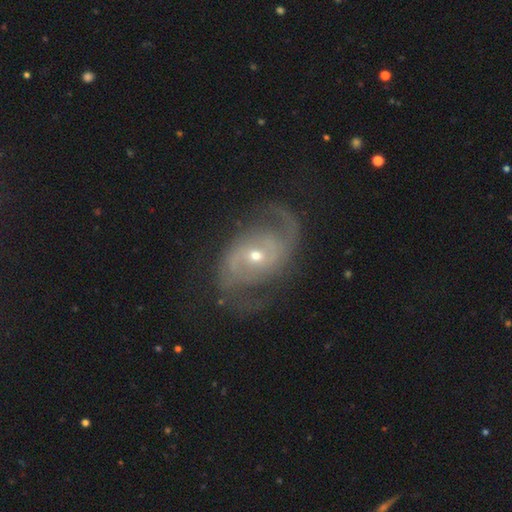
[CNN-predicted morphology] The model was most divided on "bar": no: 53%, weak: 34%, strong: 13%. Remaining: edge-on disk — no (97%); spiral arms — yes (95%); smooth or featured — featured or disk (88%); spiral arm count — 2 (83%); merging — none (70%); bulge size — small (59%); spiral winding — medium (49%).